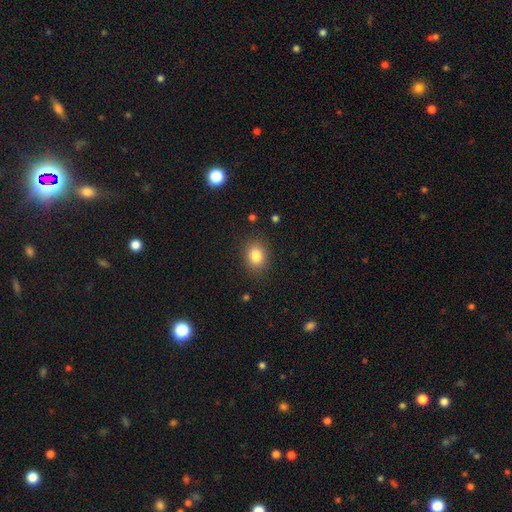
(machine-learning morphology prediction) The model was most divided on "how rounded": in between: 55%, round: 44%, cigar-shaped: 1%. More confident: merging — none (86%); smooth or featured — smooth (83%).